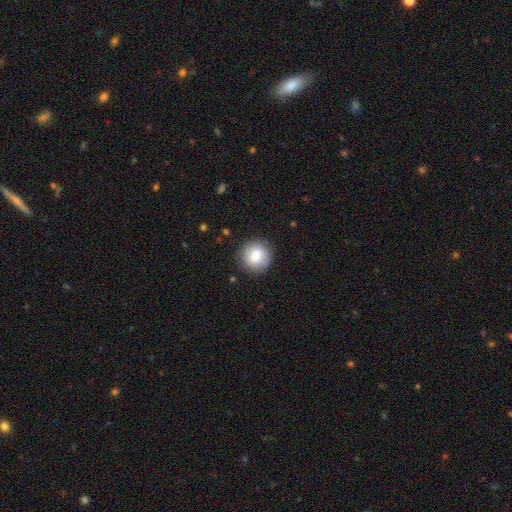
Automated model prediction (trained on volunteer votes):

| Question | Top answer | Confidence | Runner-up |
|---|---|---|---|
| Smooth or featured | smooth | 81% | featured or disk (11%) |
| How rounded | round | 92% | in between (7%) |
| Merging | none | 87% | minor disturbance (9%) |